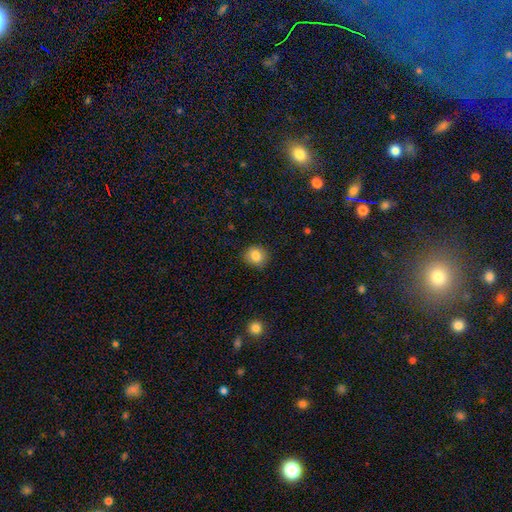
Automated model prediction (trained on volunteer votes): A smooth galaxy with no disk features (84%) that is round (78%). Merging: none (84%).